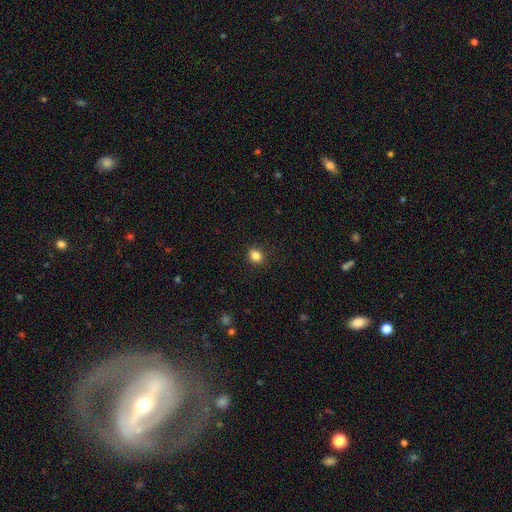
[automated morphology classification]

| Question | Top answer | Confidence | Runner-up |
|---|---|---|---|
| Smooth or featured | smooth | 85% | star or artifact (11%) |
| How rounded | round | 63% | in between (36%) |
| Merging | none | 89% | minor disturbance (7%) |